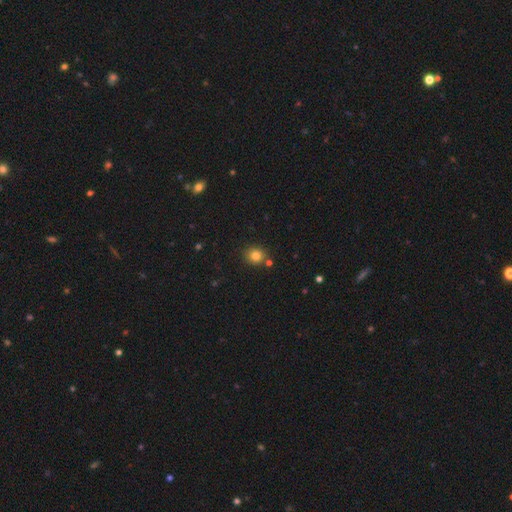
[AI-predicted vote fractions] The model was most divided on "smooth or featured": smooth: 80%, star or artifact: 13%, featured or disk: 7%. More confident: how rounded — round (85%); merging — none (82%).